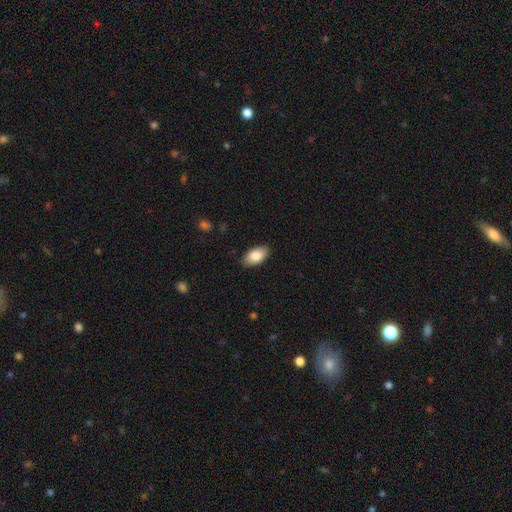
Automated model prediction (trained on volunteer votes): Smooth or featured?
  - smooth: 84% *
  - featured or disk: 9%
  - star or artifact: 6%
How rounded?
  - in between: 94% *
  - round: 4%
  - cigar-shaped: 2%
Merging?
  - none: 87% *
  - minor disturbance: 10%
  - major disturbance: 2%
  - merger: 1%